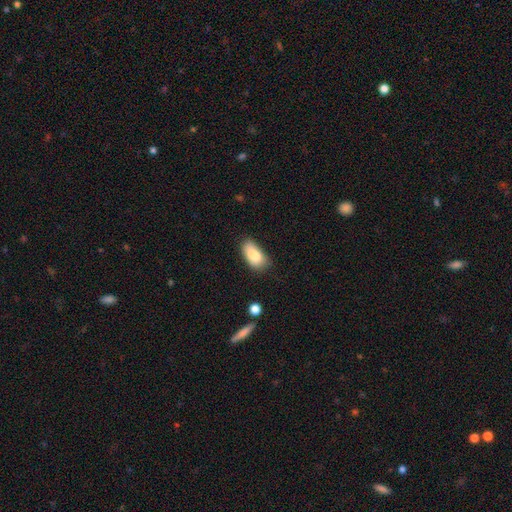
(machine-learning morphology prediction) Overall: smooth (83%). How rounded: in between (92%). Merging: none (57%; minor disturbance 31%).